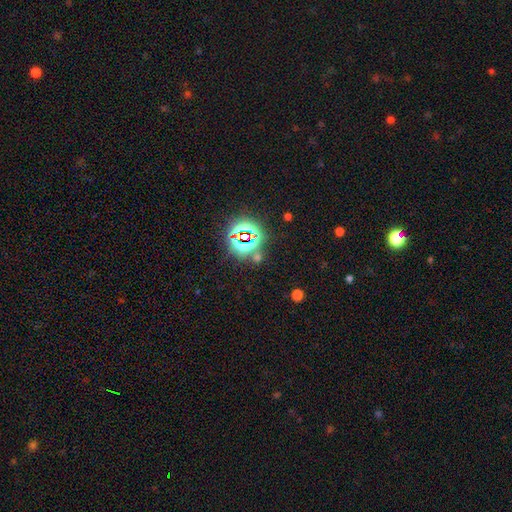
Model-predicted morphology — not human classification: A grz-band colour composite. It shows a star or artifact, not a galaxy (76%).